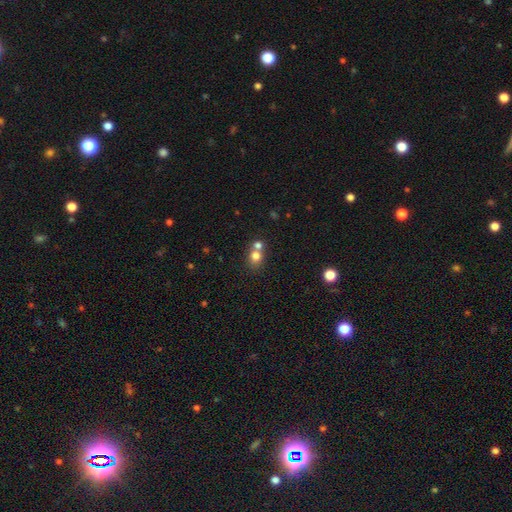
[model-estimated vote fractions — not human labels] Overall: smooth (76%). How rounded: round (70%). Merging: merger (49%; none 42%).